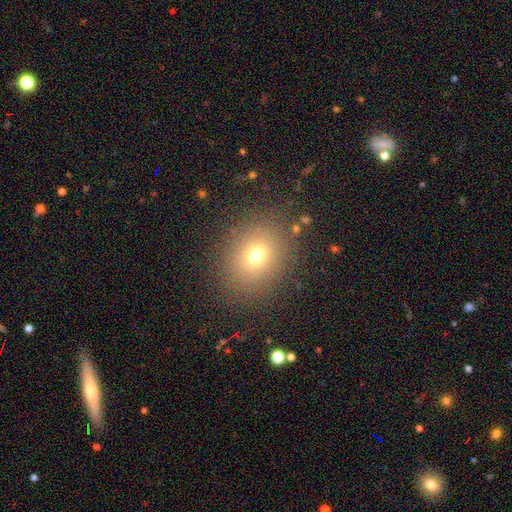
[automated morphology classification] smooth_or_featured: smooth (p=0.69) [alt: star or artifact p=0.19]
how_rounded: round (p=0.64) [alt: in between p=0.35]
merging: none (p=0.84) [alt: minor disturbance p=0.08]